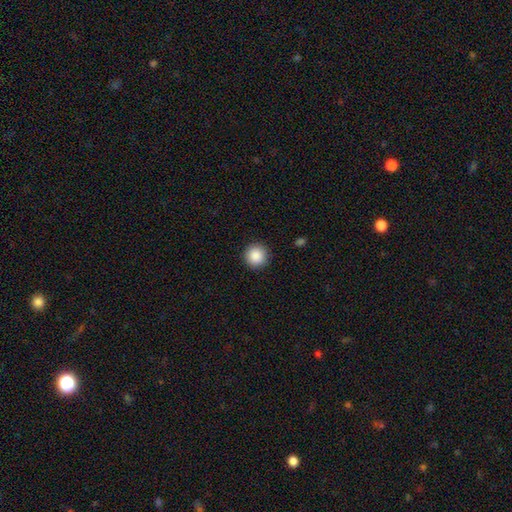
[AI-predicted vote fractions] smooth_or_featured: smooth (p=0.89) [alt: star or artifact p=0.08]
how_rounded: round (p=0.96) [alt: in between p=0.03]
merging: none (p=0.92) [alt: minor disturbance p=0.05]